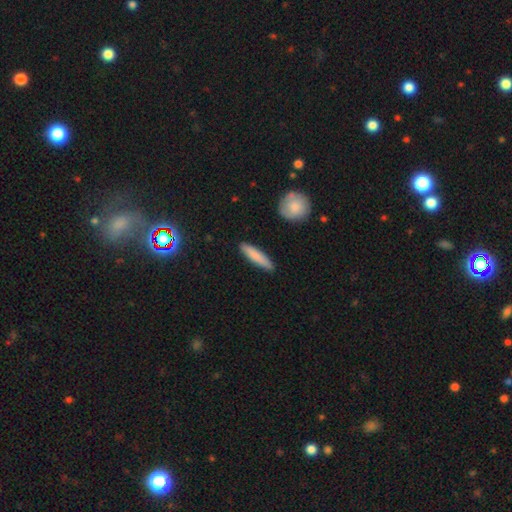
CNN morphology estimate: The model was most divided on "smooth or featured": smooth: 81%, featured or disk: 14%, star or artifact: 6%. More confident: merging — none (89%); how rounded — cigar-shaped (87%).